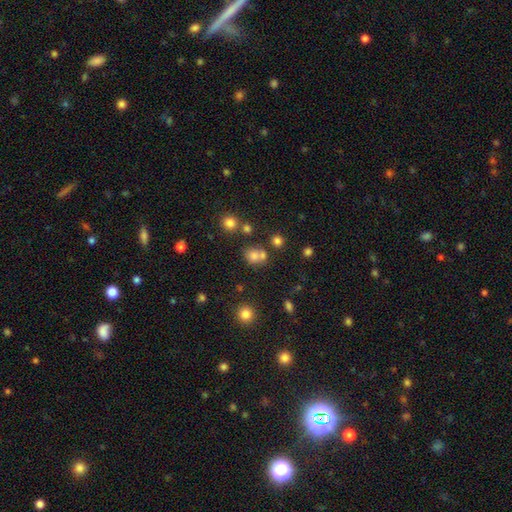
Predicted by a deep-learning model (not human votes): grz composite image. It shows a smooth galaxy with no disk features (72%) that is round (71%). Merging: none (53%).